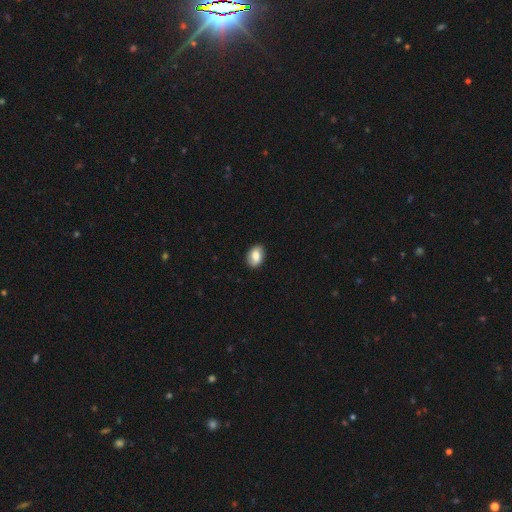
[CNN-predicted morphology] type=smooth (78%); roundness=in between (85%); merging=none (87%).